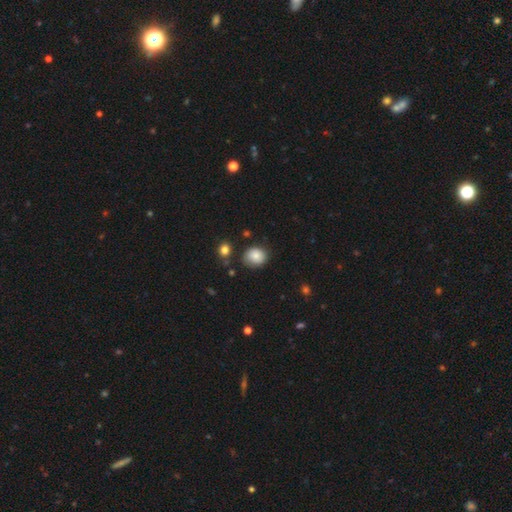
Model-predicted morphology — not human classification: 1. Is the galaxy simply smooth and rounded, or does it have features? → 82% smooth, 9% featured or disk, 9% star or artifact.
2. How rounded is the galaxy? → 71% round, 28% in between, 1% cigar-shaped.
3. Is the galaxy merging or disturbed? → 71% none, 21% minor disturbance, 5% major disturbance, 3% merger.